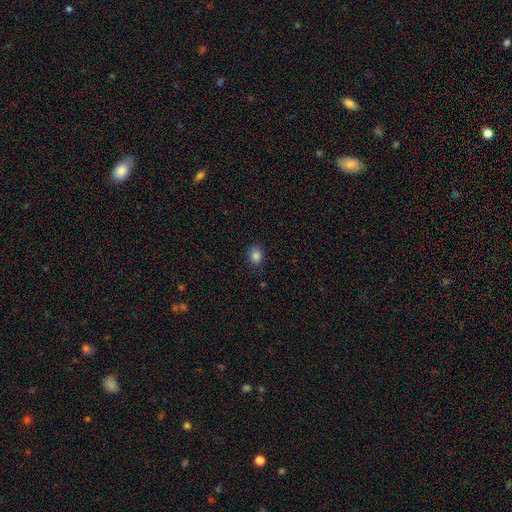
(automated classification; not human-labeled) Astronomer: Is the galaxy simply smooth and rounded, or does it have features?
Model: smooth — 84%.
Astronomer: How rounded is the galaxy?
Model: in between — 57% (runner-up: round, 42%).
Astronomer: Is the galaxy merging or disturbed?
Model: none — 84%.